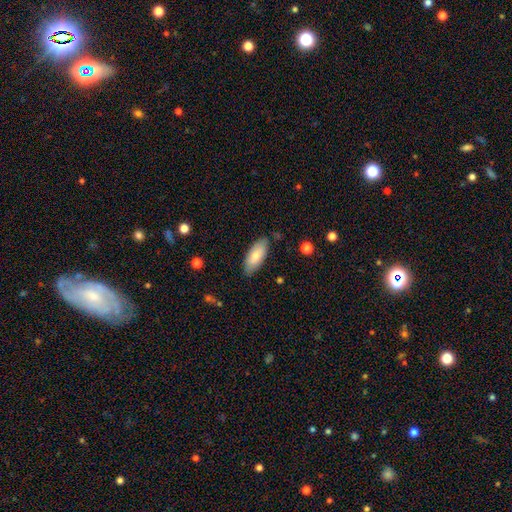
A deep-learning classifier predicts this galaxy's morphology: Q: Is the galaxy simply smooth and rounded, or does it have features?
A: smooth — 78%.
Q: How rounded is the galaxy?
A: in between — 84%.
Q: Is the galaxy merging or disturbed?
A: none — 81%.